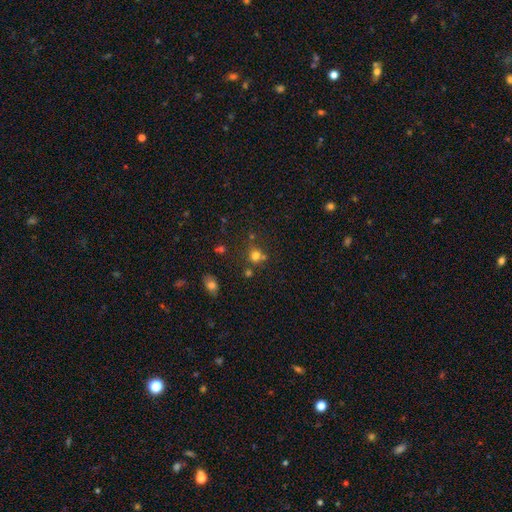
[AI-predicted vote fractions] Smooth or featured? Predicted: smooth (p=0.72). How rounded? Predicted: round (p=0.83). Merging? Predicted: none (p=0.61).